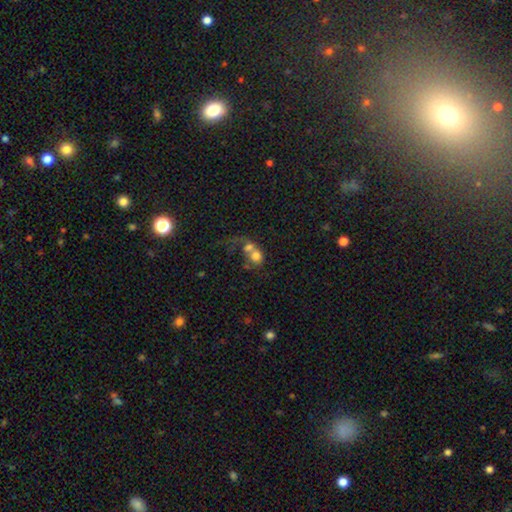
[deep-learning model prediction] This is likely a smooth galaxy (63%). How rounded: likely round (67%). Merging: likely merger (67%).